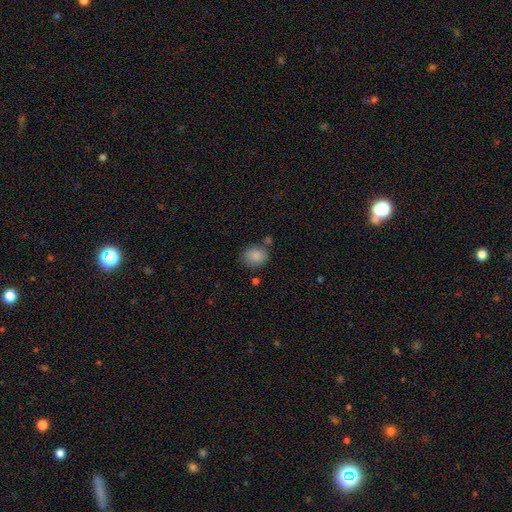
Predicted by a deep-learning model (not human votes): smooth_or_featured: smooth (p=0.87) [alt: star or artifact p=0.08]
how_rounded: round (p=0.73) [alt: in between p=0.26]
merging: none (p=0.75) [alt: minor disturbance p=0.13]